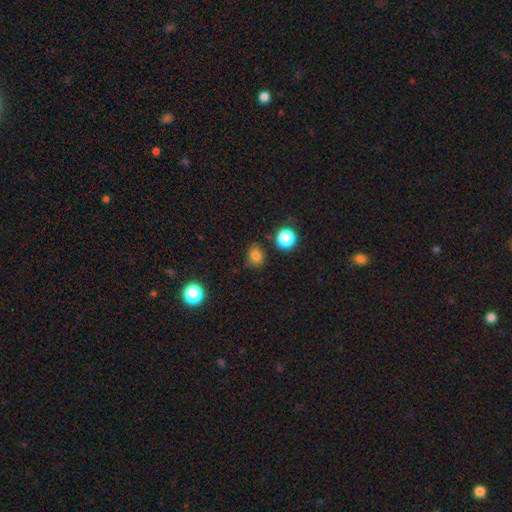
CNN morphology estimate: This appears to be a smooth galaxy with no disk features (79%) that is round (60%). Merging: none (79%).